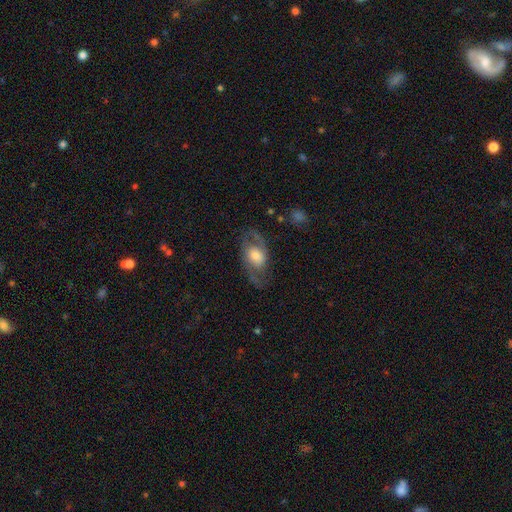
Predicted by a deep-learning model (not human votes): Q: Smooth or featured?
A: featured or disk (67%); runner-up: smooth (26%)
Q: Edge-on disk?
A: no (93%); runner-up: yes (7%)
Q: Bar?
A: no (67%); runner-up: weak (26%)
Q: Spiral arms?
A: yes (77%); runner-up: no (23%)
Q: Bulge size?
A: moderate (49%); runner-up: large (29%)
Q: Merging?
A: none (72%); runner-up: minor disturbance (15%)